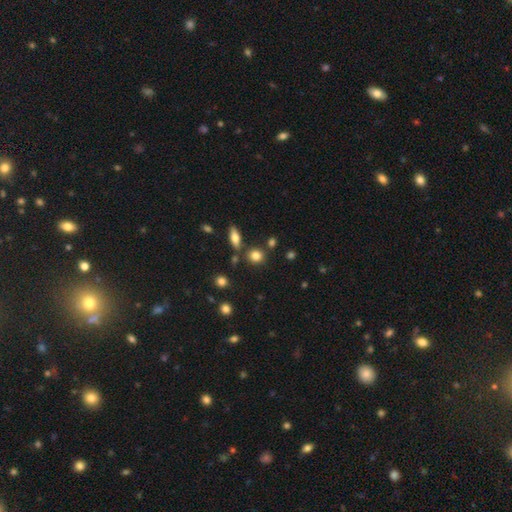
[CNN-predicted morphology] Smooth or featured?
  - smooth: 81% *
  - star or artifact: 11%
  - featured or disk: 8%
How rounded?
  - round: 76% *
  - in between: 22%
  - cigar-shaped: 2%
Merging?
  - none: 77% *
  - minor disturbance: 10%
  - merger: 10%
  - major disturbance: 3%